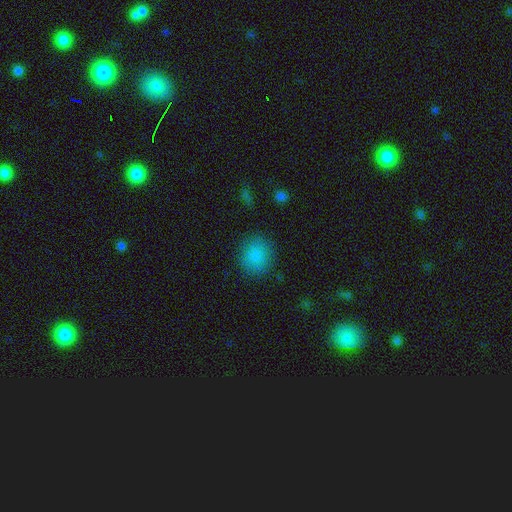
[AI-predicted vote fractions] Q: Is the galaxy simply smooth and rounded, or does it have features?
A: smooth — 85%.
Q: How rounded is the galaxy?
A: round — 83%.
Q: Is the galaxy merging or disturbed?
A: none — 86%.